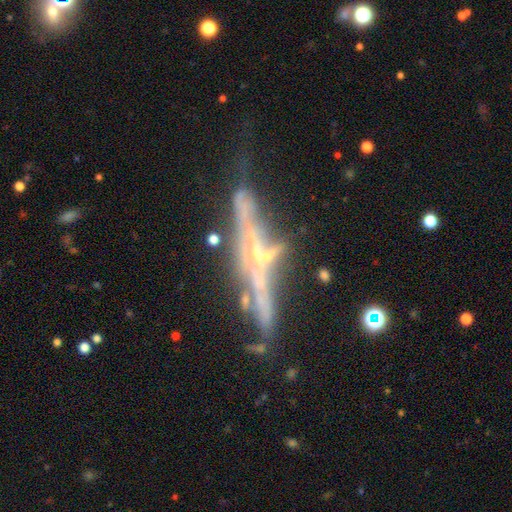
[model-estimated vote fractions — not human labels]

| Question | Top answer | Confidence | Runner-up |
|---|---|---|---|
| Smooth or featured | featured or disk | 76% | star or artifact (12%) |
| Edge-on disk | yes | 86% | no (14%) |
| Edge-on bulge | none | 47% | rounded (42%) |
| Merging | none | 52% | minor disturbance (20%) |